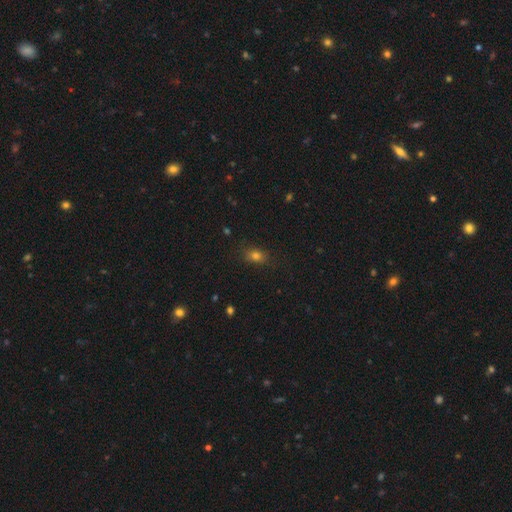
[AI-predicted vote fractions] Smooth or featured? Predicted: smooth (p=0.75). How rounded? Predicted: in between (p=0.64). Merging? Predicted: none (p=0.82).